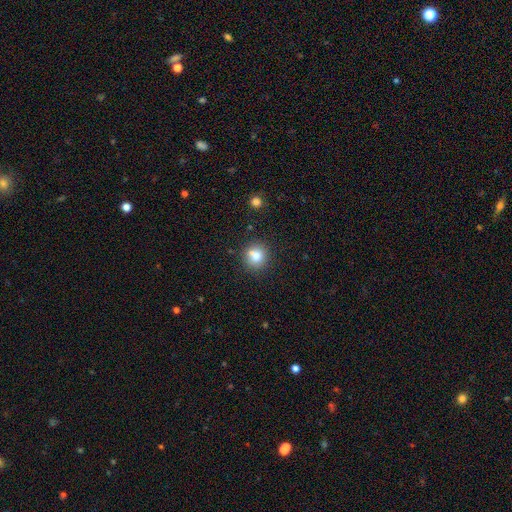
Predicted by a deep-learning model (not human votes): This is likely a smooth galaxy (77%). How rounded: clearly round (89%). Merging: likely none (72%).